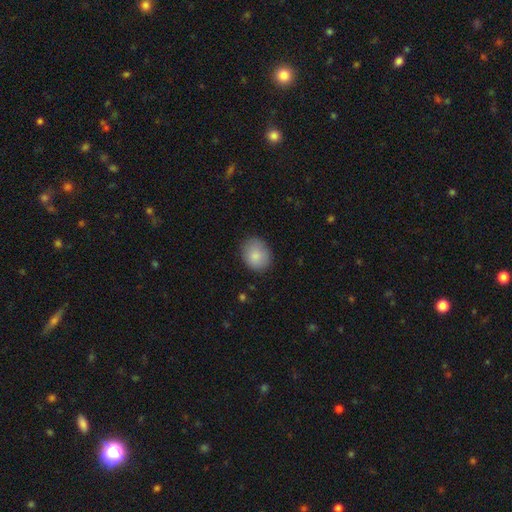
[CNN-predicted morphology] smooth 86%, star or artifact 7%, featured or disk 7%. Down the decision tree: how rounded — round (60%); merging — none (81%).